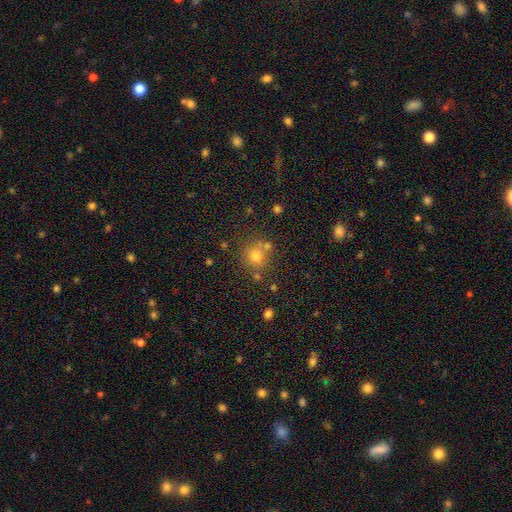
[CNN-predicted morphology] This appears to be a smooth galaxy with no disk features (71%) that is round (89%). Merging: none (69%).